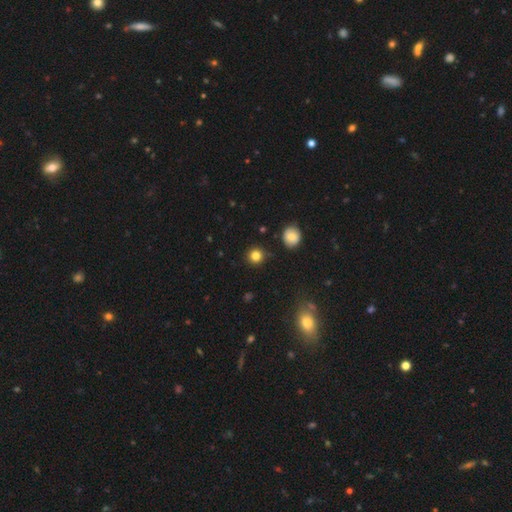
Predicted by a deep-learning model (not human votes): Overall: smooth (82%). How rounded: round (94%). Merging: none (89%).